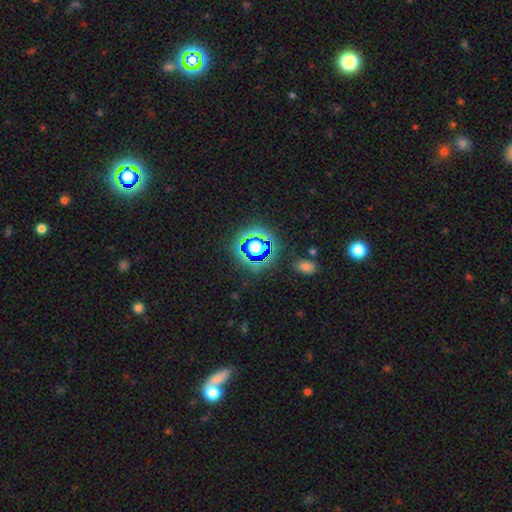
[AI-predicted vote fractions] A star or artifact, not a galaxy (75%).